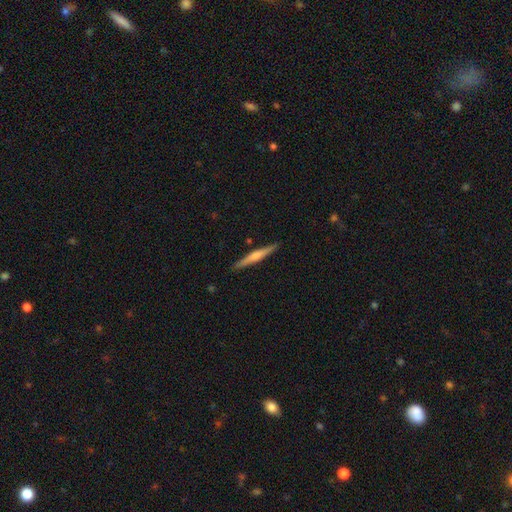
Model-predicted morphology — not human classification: smooth-or-featured: featured or disk: 56% | smooth: 39% | star or artifact: 5%
  disk-edge-on: yes: 98% | no: 2%
    edge-on-bulge: rounded: 70% | none: 17% | boxy: 13%
  merging: none: 90% | minor disturbance: 7% | major disturbance: 1% | merger: 1%